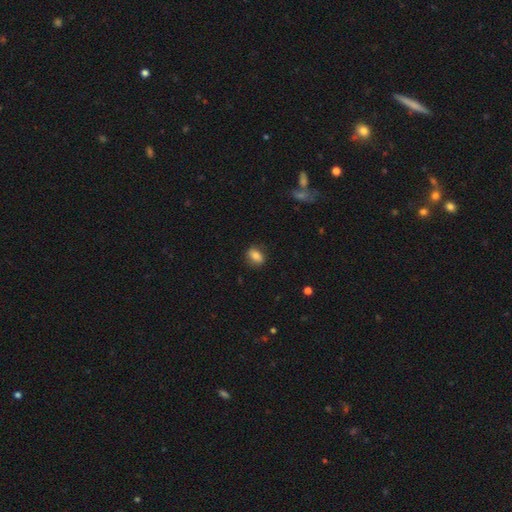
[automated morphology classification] Overall: smooth (76%). How rounded: in between (72%). Merging: none (85%).